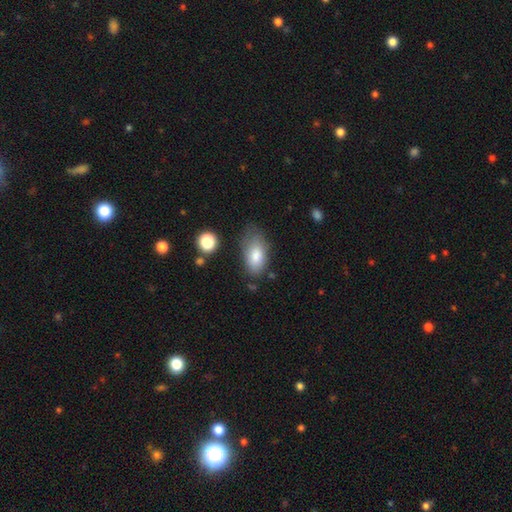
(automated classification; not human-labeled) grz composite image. It shows a smooth galaxy with no disk features (81%) that is in between round and cigar-shaped (92%). Merging: none (56%).